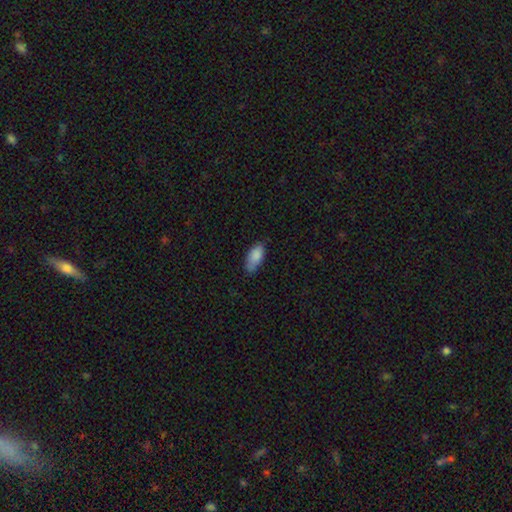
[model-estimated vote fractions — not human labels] The model was most divided on "merging": none: 65%, minor disturbance: 28%, major disturbance: 5%, merger: 2%. More confident: how rounded — in between (90%); smooth or featured — smooth (86%).